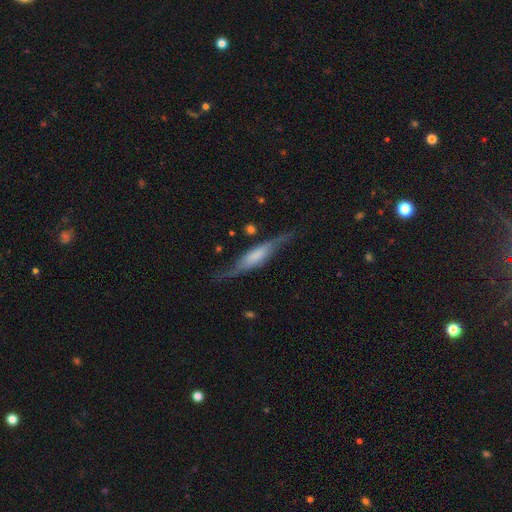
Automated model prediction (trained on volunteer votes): A featured or disk galaxy (62%) viewed edge-on (78%).

Vote fractions:
- Smooth or featured? featured or disk: 62% / smooth: 32% / star or artifact: 7%
- Edge-on disk? yes: 78% / no: 22%
- Merging? none: 66% / minor disturbance: 22% / major disturbance: 9% / merger: 3%